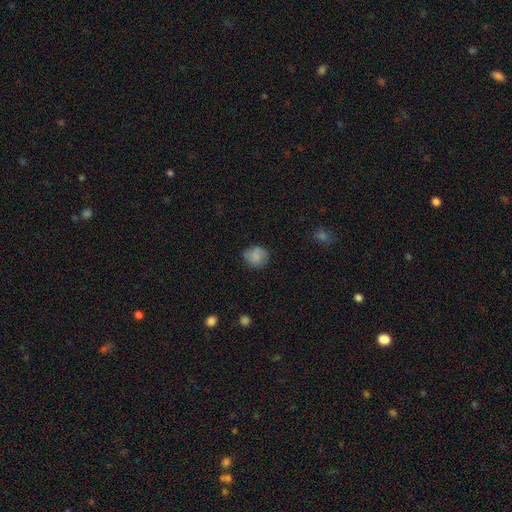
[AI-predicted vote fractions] Smooth or featured? Predicted: smooth (p=0.81). How rounded? Predicted: round (p=0.80). Merging? Predicted: none (p=0.73).